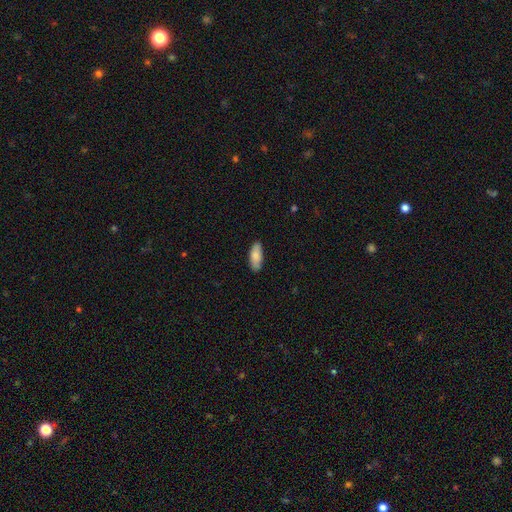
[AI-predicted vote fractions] This is clearly a smooth galaxy (83%). How rounded: likely in between (75%). Merging: clearly none (86%).